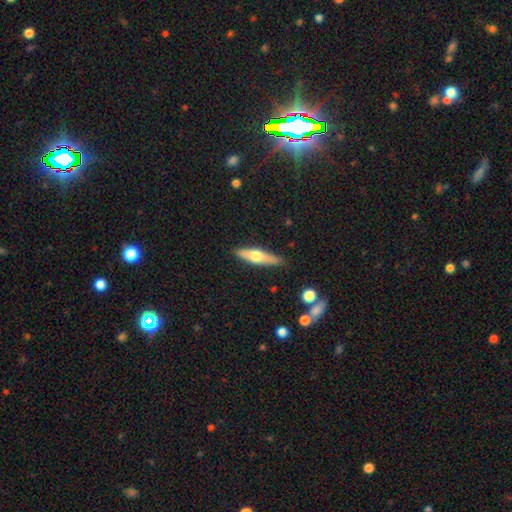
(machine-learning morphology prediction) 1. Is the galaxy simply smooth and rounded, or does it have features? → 48% featured or disk, 47% smooth, 6% star or artifact.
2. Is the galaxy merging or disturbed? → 86% none, 10% minor disturbance, 2% major disturbance, 1% merger.